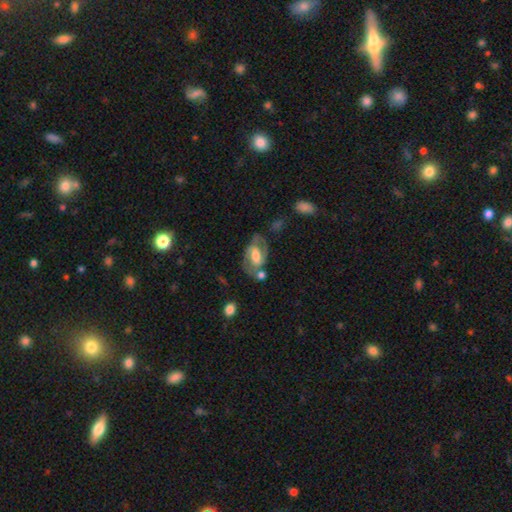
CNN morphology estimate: Smooth or featured? featured or disk (70%)
Edge-on disk? no (95%)
Bar? weak (43%)
Spiral arms? yes (83%)
Spiral winding? medium (51%)
Spiral arm count? 2 (82%)
Bulge size? moderate (47%)
Merging? none (59%)